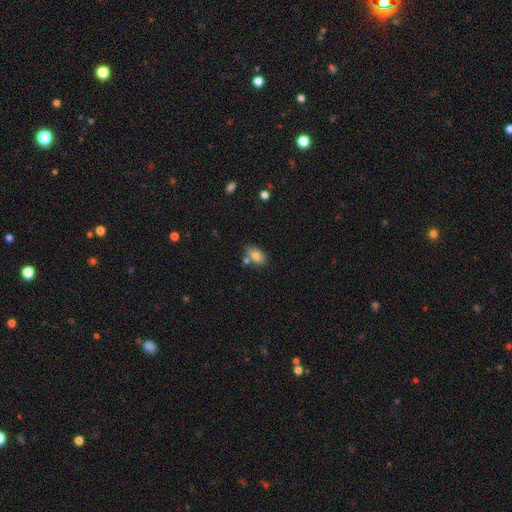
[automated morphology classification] A smooth galaxy with no disk features (81%) that is in between round and cigar-shaped (90%).

Vote fractions:
- Smooth or featured? smooth: 81% / featured or disk: 11% / star or artifact: 8%
- How rounded? in between: 90% / round: 8% / cigar-shaped: 2%
- Merging? none: 63% / merger: 17% / minor disturbance: 16% / major disturbance: 4%